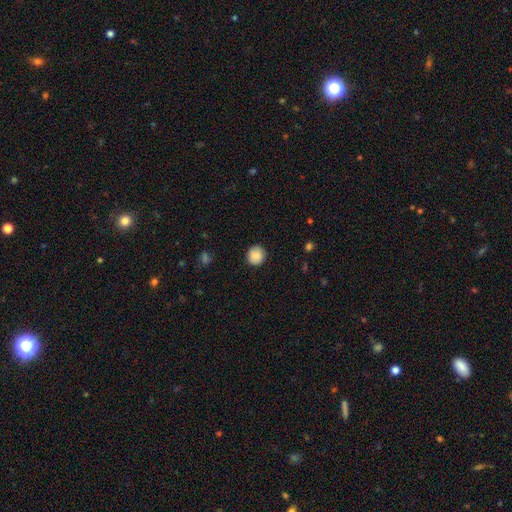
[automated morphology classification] Smooth or featured? Predicted: smooth (p=0.85). How rounded? Predicted: round (p=0.90). Merging? Predicted: none (p=0.87).